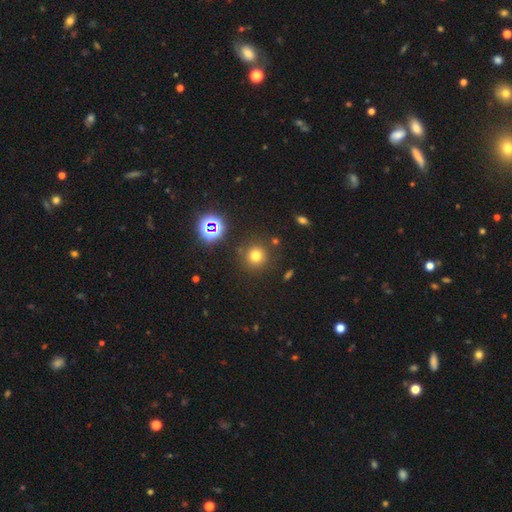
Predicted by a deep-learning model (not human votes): Q: Smooth or featured?
A: smooth (70%); runner-up: star or artifact (23%)
Q: How rounded?
A: round (94%); runner-up: in between (5%)
Q: Merging?
A: none (85%); runner-up: minor disturbance (7%)